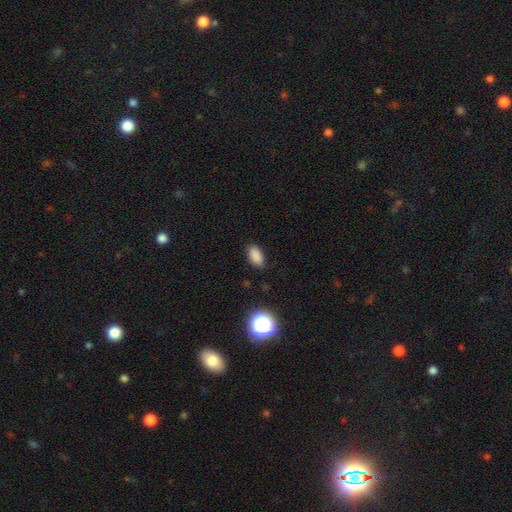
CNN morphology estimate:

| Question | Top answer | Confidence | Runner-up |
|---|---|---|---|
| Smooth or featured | smooth | 85% | star or artifact (11%) |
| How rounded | in between | 90% | round (6%) |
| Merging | none | 84% | minor disturbance (12%) |